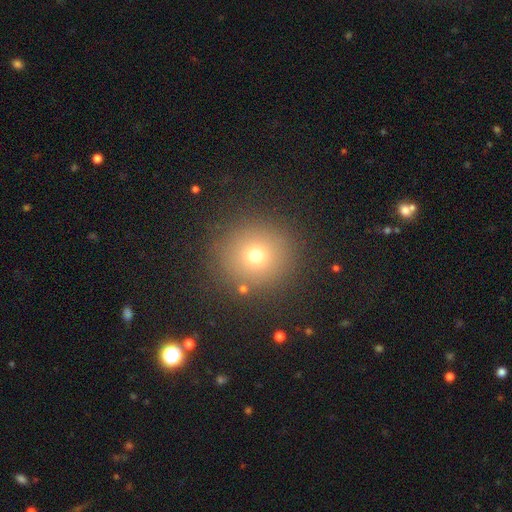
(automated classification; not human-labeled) A smooth galaxy with no disk features (69%) that is round (92%). Merging: none (86%).